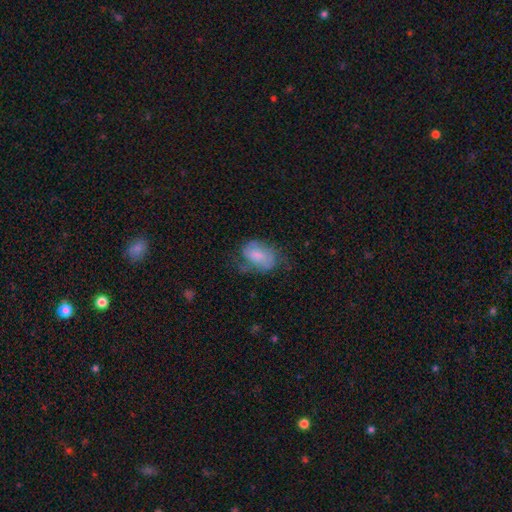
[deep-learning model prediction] Smooth or featured? Predicted: featured or disk (p=0.46). Merging? Predicted: none (p=0.49).